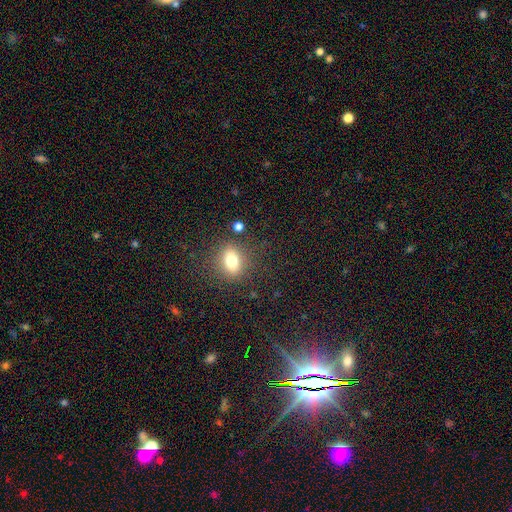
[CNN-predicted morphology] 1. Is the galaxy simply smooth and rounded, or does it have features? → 47% star or artifact, 41% smooth, 12% featured or disk.